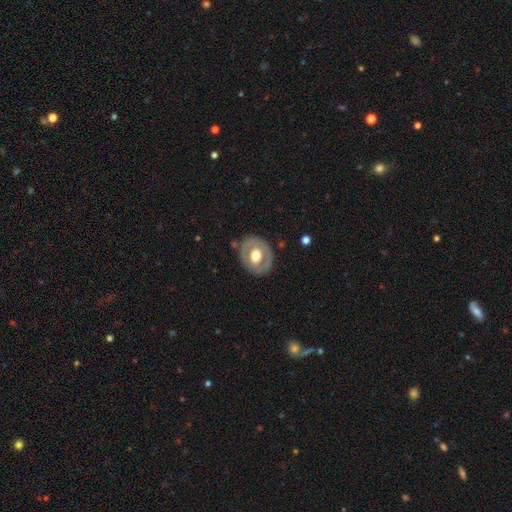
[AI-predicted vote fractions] Morphology: type=featured or disk (56%); edge-on=no (94%); bar=no (77%); spiral arms=no (85%); bulge=moderate (55%); merging=none (82%).